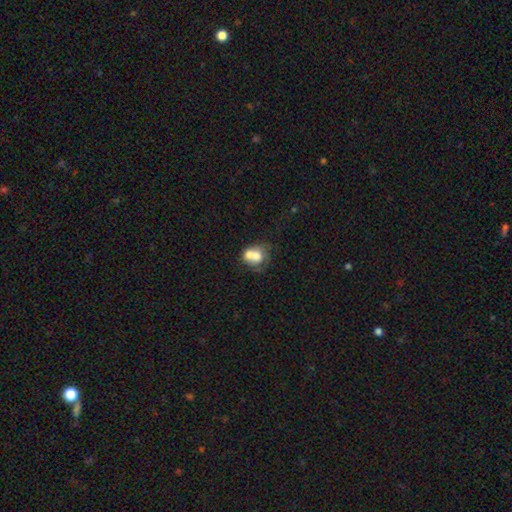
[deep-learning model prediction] Smooth or featured: smooth — 64% (featured or disk — 27%)
How rounded: round — 53% (in between — 46%)
Merging: merger — 60% (none — 21%)